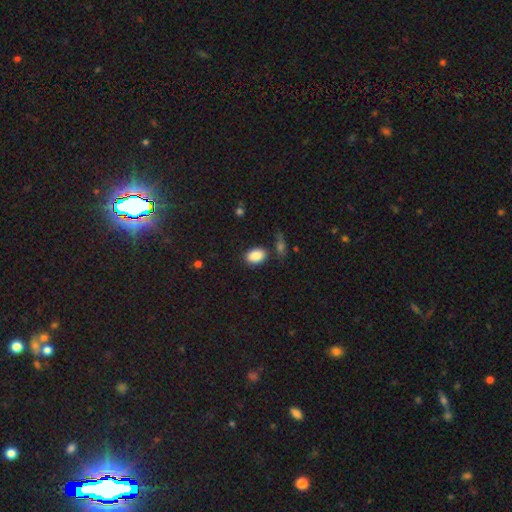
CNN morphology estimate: smooth-or-featured: smooth: 88% | star or artifact: 8% | featured or disk: 4%
  how-rounded: in between: 82% | round: 17% | cigar-shaped: 1%
  merging: none: 79% | minor disturbance: 12% | merger: 5% | major disturbance: 4%